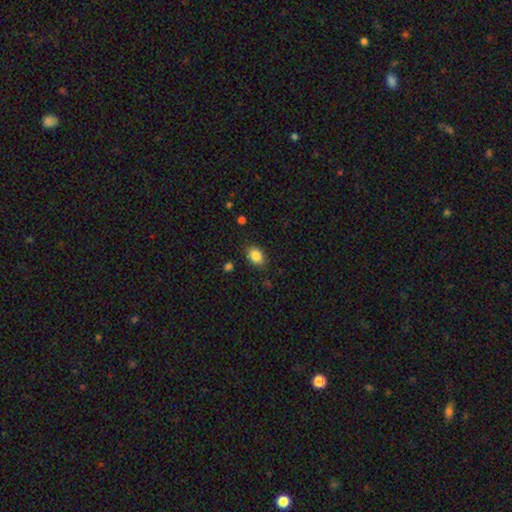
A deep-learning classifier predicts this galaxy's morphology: Q: Smooth or featured?
A: smooth (86%); runner-up: star or artifact (9%)
Q: How rounded?
A: in between (74%); runner-up: round (25%)
Q: Merging?
A: none (85%); runner-up: minor disturbance (11%)